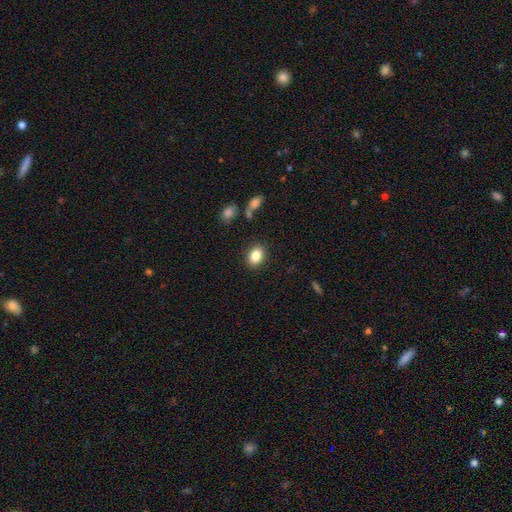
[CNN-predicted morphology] The model was most divided on "how rounded": in between: 75%, round: 23%, cigar-shaped: 1%. More confident: merging — none (87%); smooth or featured — smooth (84%).